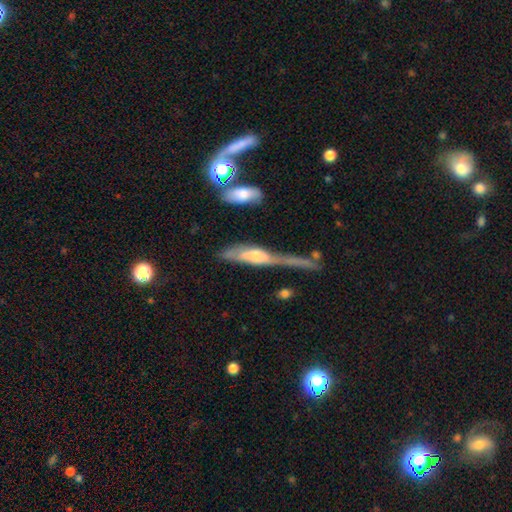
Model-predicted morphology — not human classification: smooth-or-featured: featured or disk: 50% | smooth: 43% | star or artifact: 7%
  disk-edge-on: yes: 70% | no: 30%
  merging: none: 30% | major disturbance: 27% | minor disturbance: 26% | merger: 17%